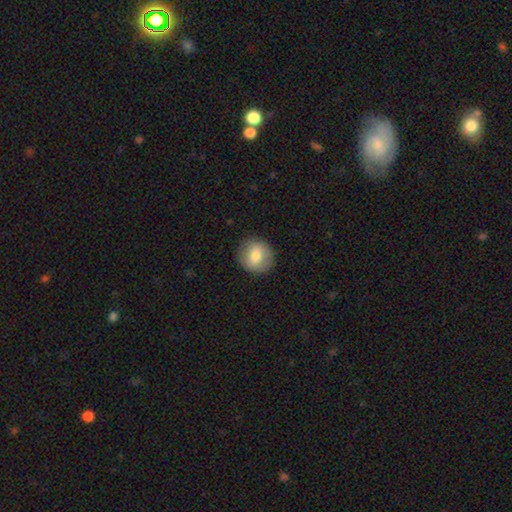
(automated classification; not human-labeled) This appears to be a smooth galaxy with no disk features (72%) that is round (89%). Merging: none (89%).